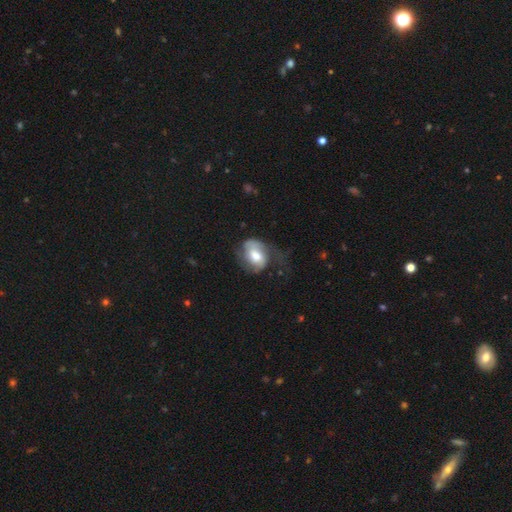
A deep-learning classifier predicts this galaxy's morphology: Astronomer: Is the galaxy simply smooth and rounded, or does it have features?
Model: featured or disk — 51% (runner-up: smooth, 42%).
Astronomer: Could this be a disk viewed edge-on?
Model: no — 96%.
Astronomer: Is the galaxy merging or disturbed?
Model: none — 40% (runner-up: major disturbance, 30%).